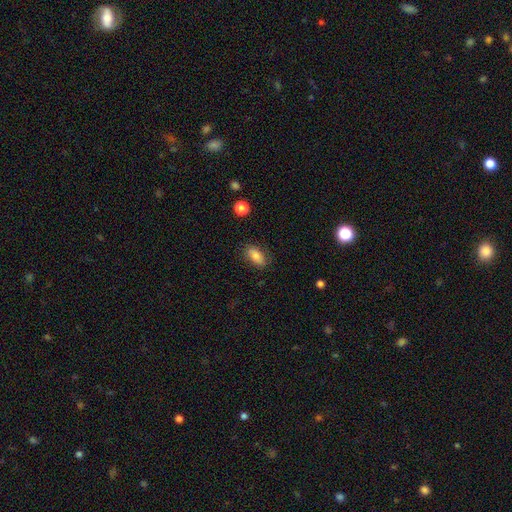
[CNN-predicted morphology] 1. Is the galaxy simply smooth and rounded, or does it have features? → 81% smooth, 11% featured or disk, 8% star or artifact.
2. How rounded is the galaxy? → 88% in between, 7% cigar-shaped, 5% round.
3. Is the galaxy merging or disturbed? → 81% none, 14% minor disturbance, 3% major disturbance, 1% merger.